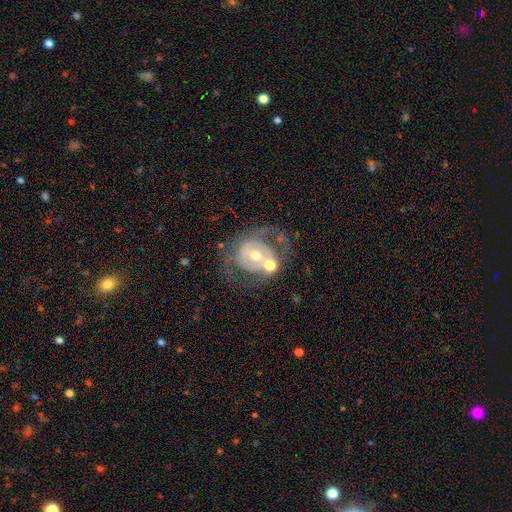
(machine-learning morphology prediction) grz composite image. It shows a featured or disk galaxy (73%) with no bar (56%), spiral arms (59%) and a moderate central bulge (63%). Merging: none (45%).